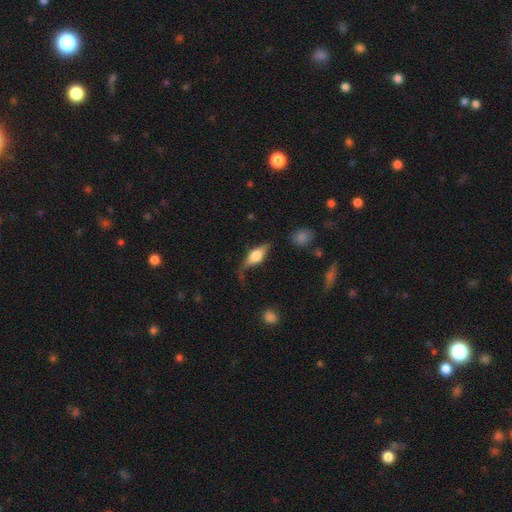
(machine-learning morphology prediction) Q: Smooth or featured?
A: featured or disk (49%); runner-up: smooth (44%)
Q: Merging?
A: none (52%); runner-up: minor disturbance (28%)